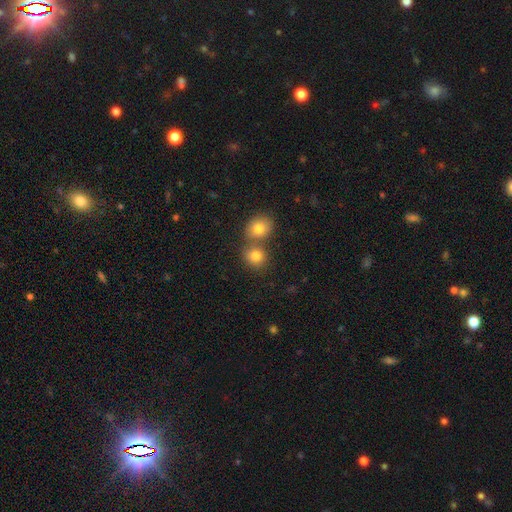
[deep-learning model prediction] smooth_or_featured: smooth (p=0.80) [alt: star or artifact p=0.11]
how_rounded: round (p=0.79) [alt: in between p=0.20]
merging: none (p=0.48) [alt: merger p=0.43]